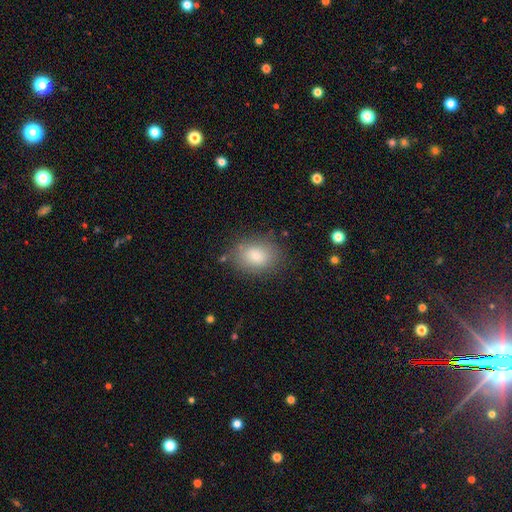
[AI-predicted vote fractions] Smooth or featured: smooth — 82% (featured or disk — 9%)
How rounded: in between — 72% (round — 27%)
Merging: none — 76% (minor disturbance — 16%)